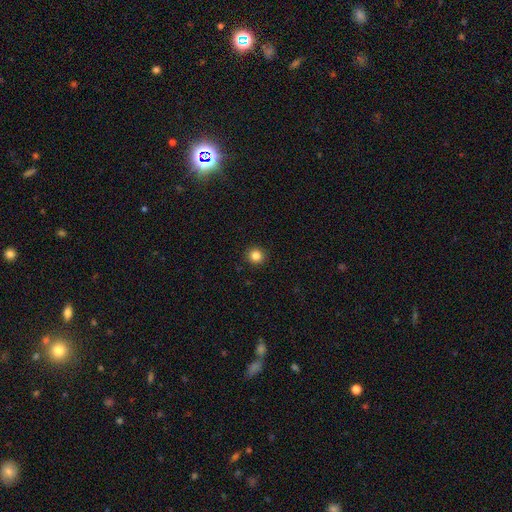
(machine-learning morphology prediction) Overall: smooth (84%). How rounded: round (93%). Merging: none (93%).